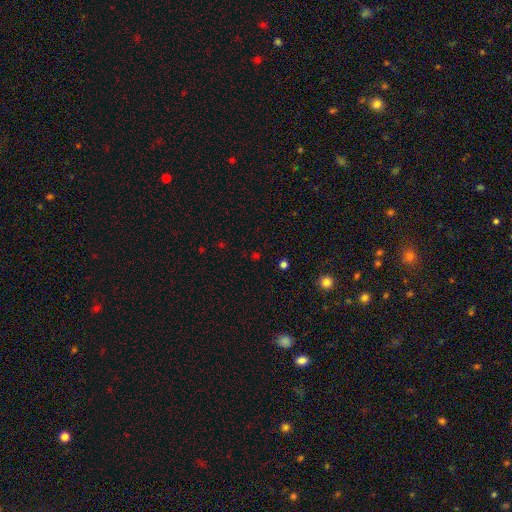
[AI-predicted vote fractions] This is possibly a star or artifact rather than a galaxy (48%).